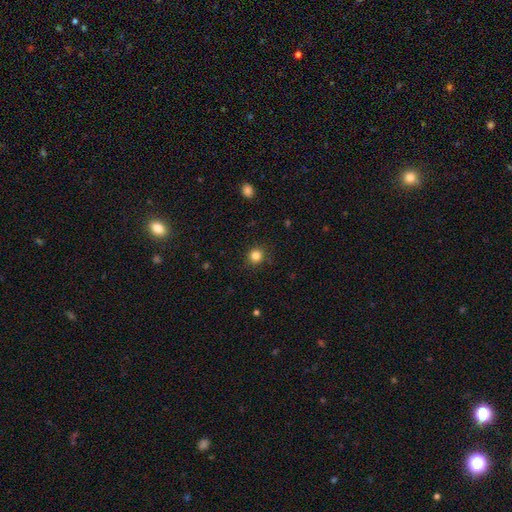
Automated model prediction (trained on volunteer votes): This appears to be a smooth galaxy with no disk features (84%) that is round (90%). Merging: none (89%).